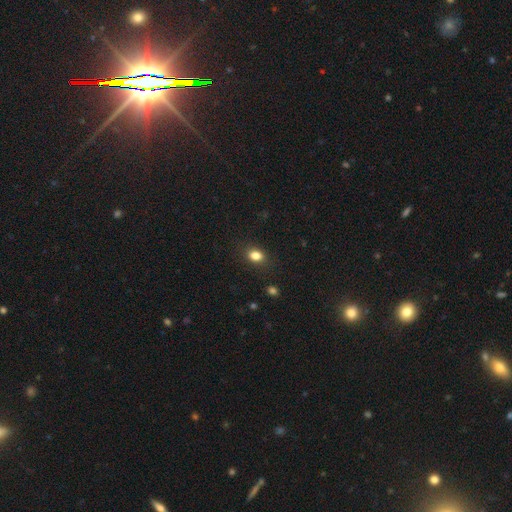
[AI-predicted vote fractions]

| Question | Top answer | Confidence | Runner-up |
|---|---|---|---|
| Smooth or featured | smooth | 84% | star or artifact (11%) |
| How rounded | in between | 72% | round (26%) |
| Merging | none | 85% | minor disturbance (10%) |